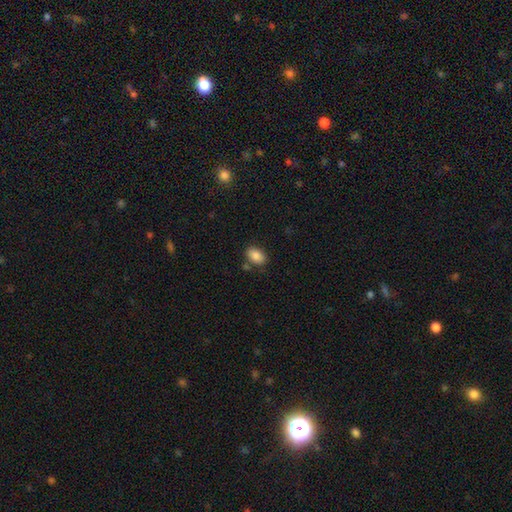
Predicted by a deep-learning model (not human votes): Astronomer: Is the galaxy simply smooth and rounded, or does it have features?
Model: smooth — 87%.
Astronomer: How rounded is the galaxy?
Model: in between — 85%.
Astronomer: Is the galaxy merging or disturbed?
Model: none — 76%.